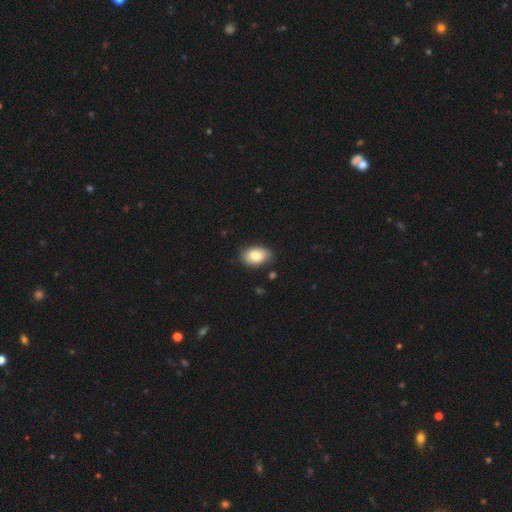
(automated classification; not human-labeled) Smooth or featured?
  - smooth: 84% *
  - featured or disk: 9%
  - star or artifact: 7%
How rounded?
  - in between: 88% *
  - round: 11%
  - cigar-shaped: 1%
Merging?
  - none: 82% *
  - minor disturbance: 14%
  - major disturbance: 3%
  - merger: 2%